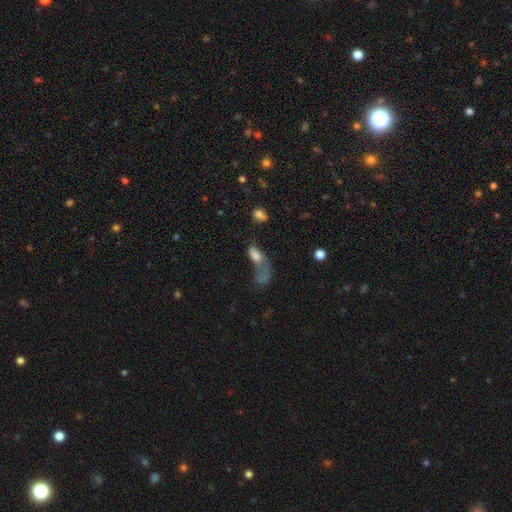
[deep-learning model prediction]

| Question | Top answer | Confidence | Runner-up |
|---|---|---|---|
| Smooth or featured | smooth | 60% | featured or disk (28%) |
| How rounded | in between | 80% | cigar-shaped (12%) |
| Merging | major disturbance | 60% | merger (16%) |